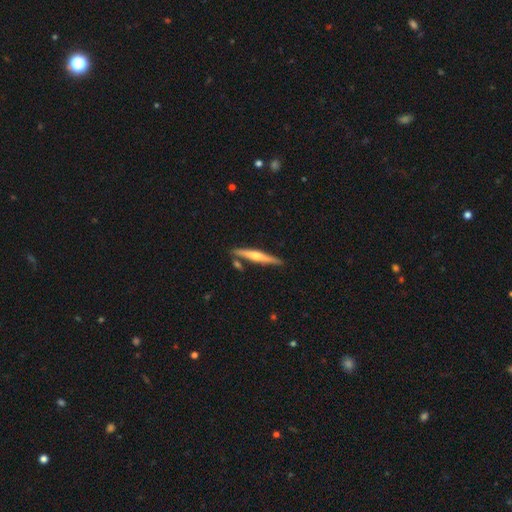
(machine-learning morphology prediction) Q: Smooth or featured?
A: featured or disk (64%); runner-up: smooth (30%)
Q: Edge-on disk?
A: yes (97%); runner-up: no (3%)
Q: Edge-on bulge?
A: rounded (85%); runner-up: none (10%)
Q: Merging?
A: none (83%); runner-up: minor disturbance (9%)